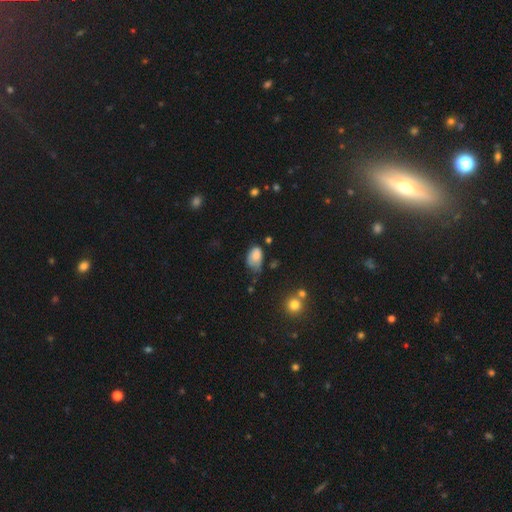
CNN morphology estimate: Smooth or featured? Predicted: smooth (p=0.78). How rounded? Predicted: in between (p=0.86). Merging? Predicted: minor disturbance (p=0.45).